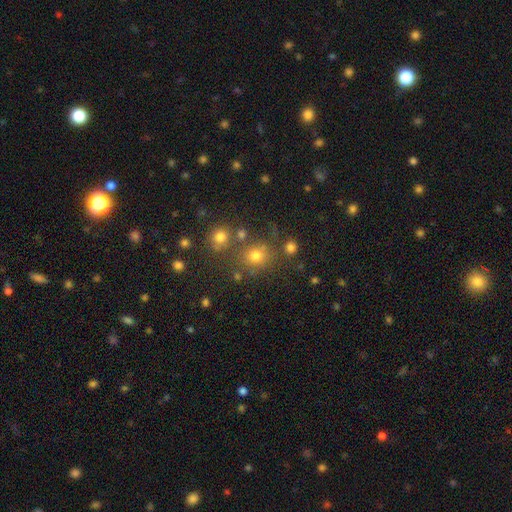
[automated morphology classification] The model was most divided on "smooth or featured": smooth: 74%, star or artifact: 18%, featured or disk: 8%. More confident: how rounded — round (85%); merging — none (70%).